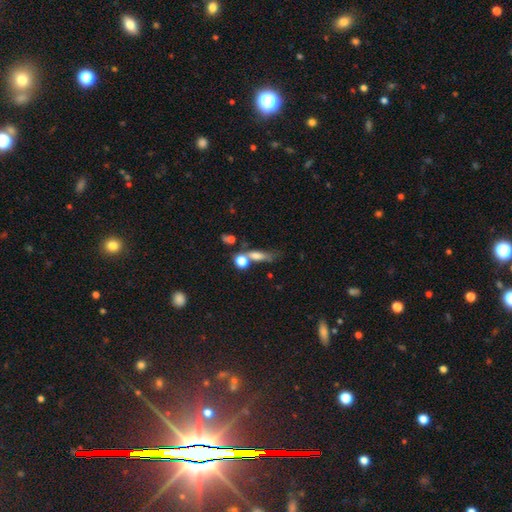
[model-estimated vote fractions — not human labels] Smooth or featured? smooth (68%)
How rounded? in between (44%)
Merging? none (38%)